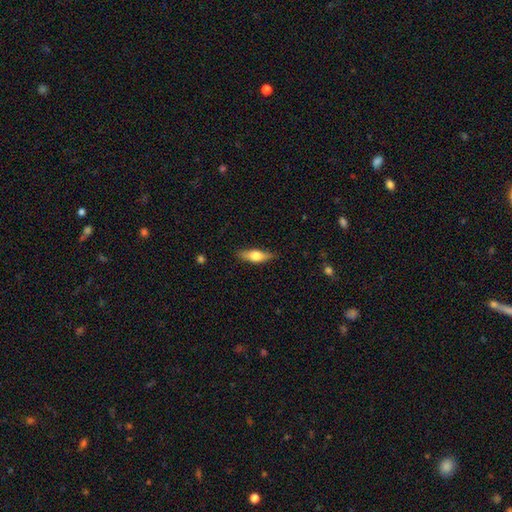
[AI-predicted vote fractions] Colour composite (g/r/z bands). It shows a smooth galaxy with no disk features (57%) that is in between round and cigar-shaped (55%). Merging: none (82%).